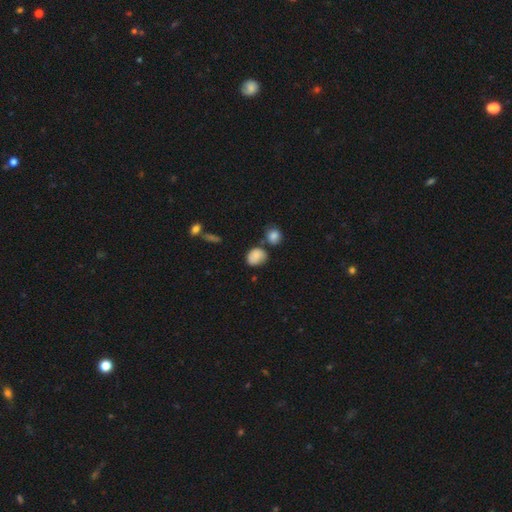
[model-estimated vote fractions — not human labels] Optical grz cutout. It shows a smooth galaxy with no disk features (82%) that is round (53%). Merging: none (56%).